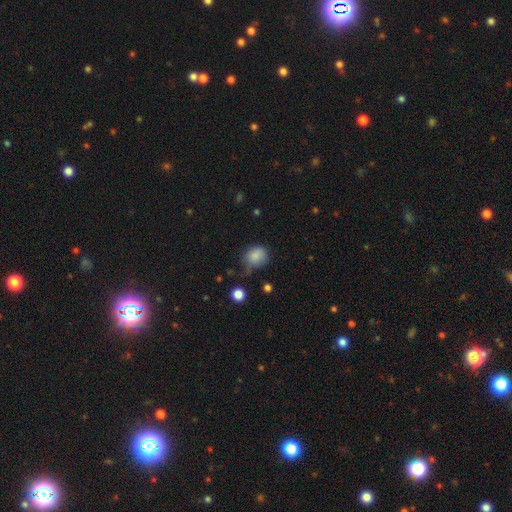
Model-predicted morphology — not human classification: type=smooth (83%); roundness=round (73%); merging=none (54%).